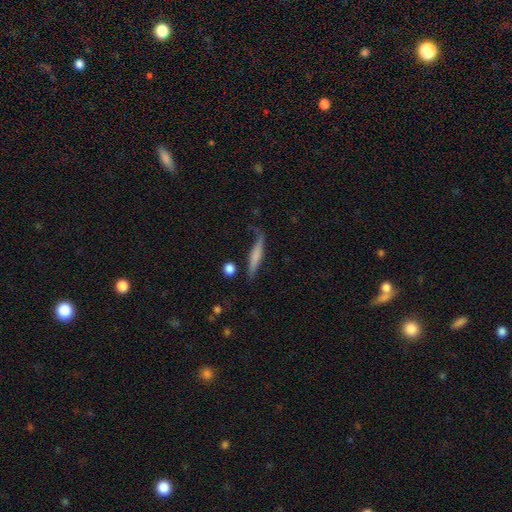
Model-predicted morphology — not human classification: Q: Smooth or featured?
A: smooth (55%); runner-up: featured or disk (38%)
Q: How rounded?
A: cigar-shaped (85%); runner-up: in between (12%)
Q: Merging?
A: none (53%); runner-up: minor disturbance (28%)